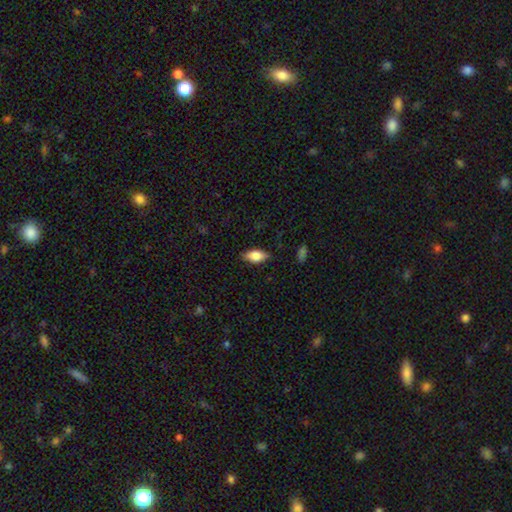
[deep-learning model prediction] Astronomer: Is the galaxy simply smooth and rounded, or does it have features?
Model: smooth — 74%.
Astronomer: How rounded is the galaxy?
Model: in between — 86%.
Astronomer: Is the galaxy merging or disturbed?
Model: none — 84%.